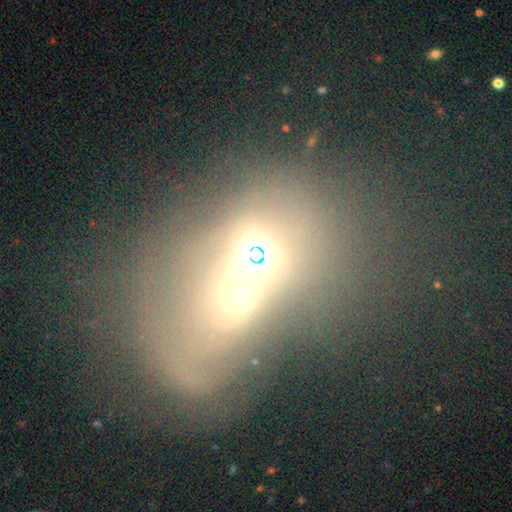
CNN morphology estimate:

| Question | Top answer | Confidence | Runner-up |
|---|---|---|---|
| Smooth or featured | featured or disk | 44% | smooth (40%) |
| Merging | merger | 82% | none (7%) |